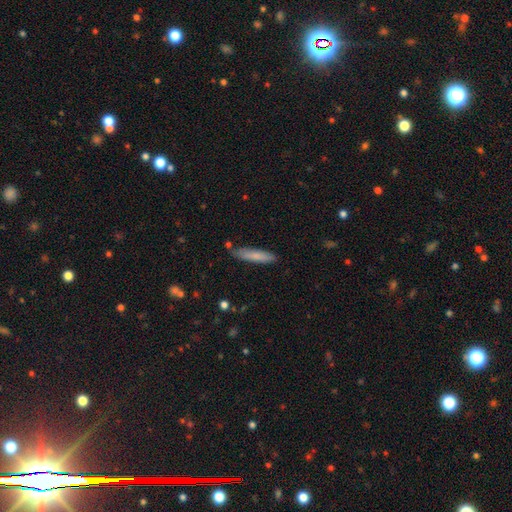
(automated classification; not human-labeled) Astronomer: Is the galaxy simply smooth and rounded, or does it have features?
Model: smooth — 76%.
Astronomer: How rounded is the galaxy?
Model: cigar-shaped — 86%.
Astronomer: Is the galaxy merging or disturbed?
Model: none — 81%.